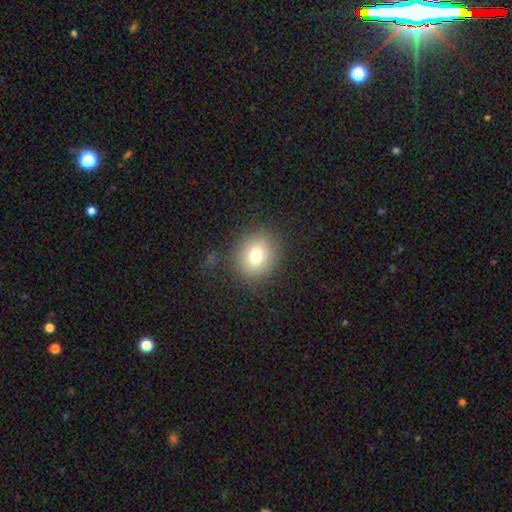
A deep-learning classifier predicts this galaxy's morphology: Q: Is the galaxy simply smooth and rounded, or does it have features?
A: smooth — 76%.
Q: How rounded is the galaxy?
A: round — 76%.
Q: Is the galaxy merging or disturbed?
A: none — 85%.